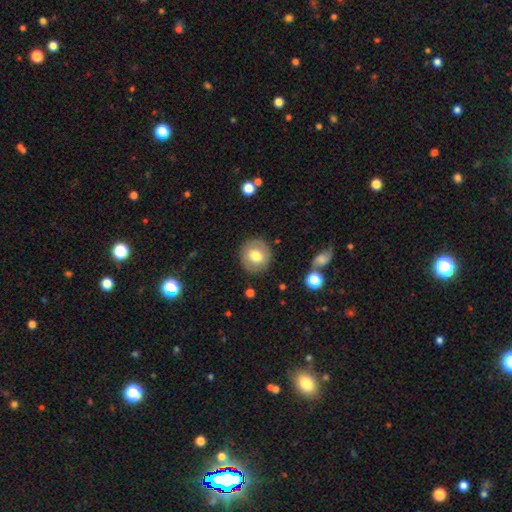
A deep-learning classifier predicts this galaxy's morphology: Smooth or featured? Predicted: smooth (p=0.70). How rounded? Predicted: round (p=0.89). Merging? Predicted: none (p=0.86).